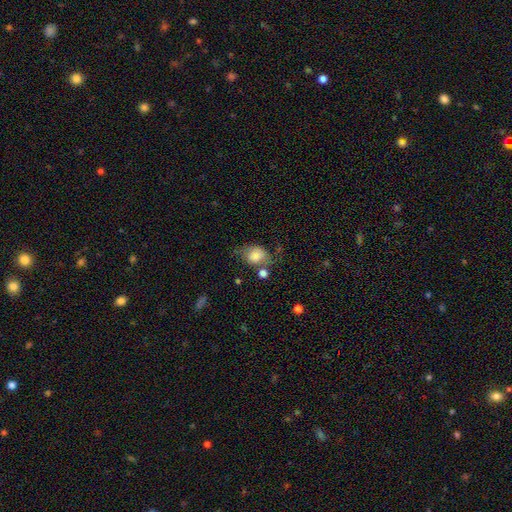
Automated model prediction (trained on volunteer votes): Overall: smooth (72%). How rounded: in between (57%; round 42%). Merging: none (46%; minor disturbance 28%).